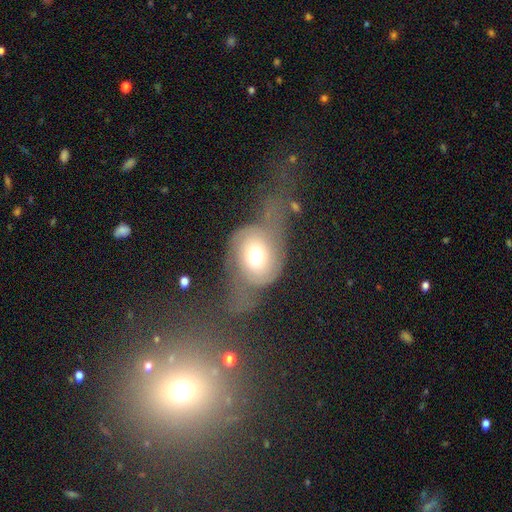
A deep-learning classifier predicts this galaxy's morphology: Q: Smooth or featured?
A: featured or disk (51%); runner-up: smooth (40%)
Q: Edge-on disk?
A: no (94%); runner-up: yes (6%)
Q: Merging?
A: major disturbance (50%); runner-up: none (26%)